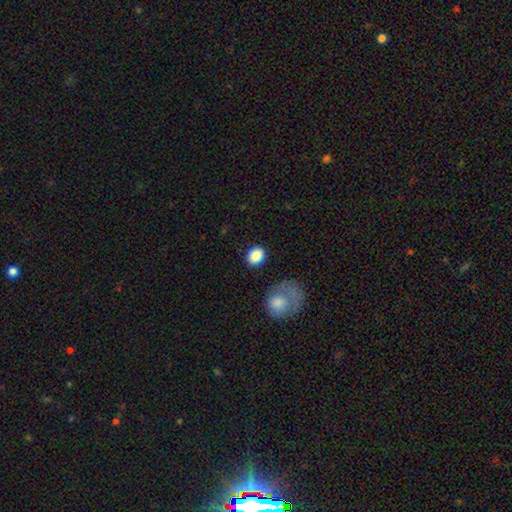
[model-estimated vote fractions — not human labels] smooth 87%, star or artifact 8%, featured or disk 5%. Down the decision tree: how rounded — round (53%); merging — none (83%).